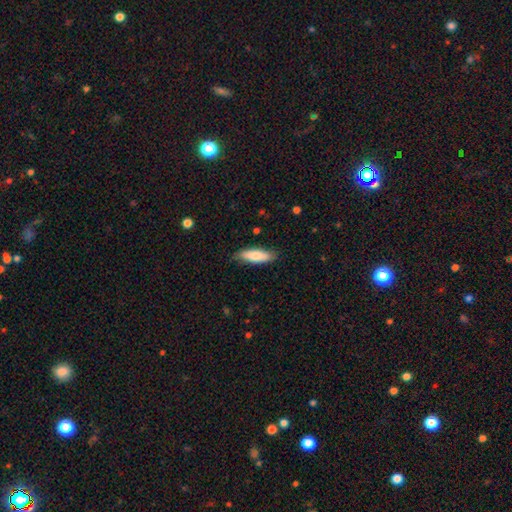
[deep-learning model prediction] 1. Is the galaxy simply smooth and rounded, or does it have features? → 76% smooth, 19% featured or disk, 6% star or artifact.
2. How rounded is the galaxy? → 53% in between, 45% cigar-shaped, 2% round.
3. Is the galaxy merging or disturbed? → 82% none, 14% minor disturbance, 2% major disturbance, 1% merger.